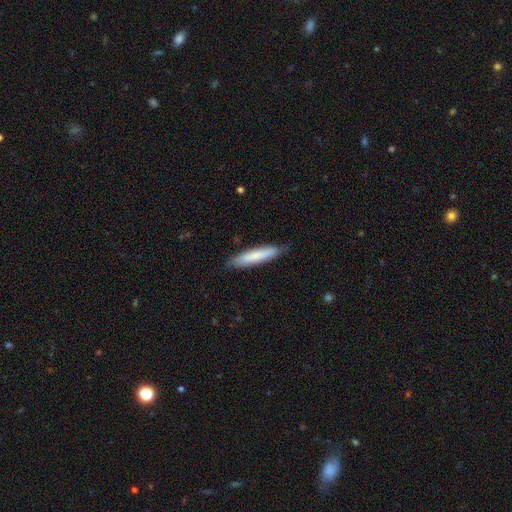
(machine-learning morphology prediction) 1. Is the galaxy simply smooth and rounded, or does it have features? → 73% smooth, 21% featured or disk, 5% star or artifact.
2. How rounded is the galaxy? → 87% cigar-shaped, 12% in between, 1% round.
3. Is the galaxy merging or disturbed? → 81% none, 15% minor disturbance, 2% major disturbance, 1% merger.